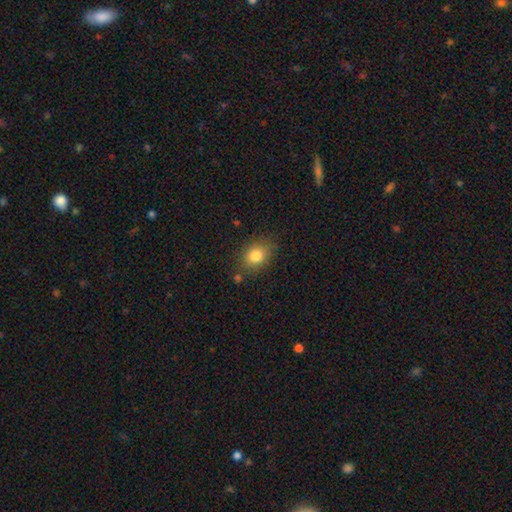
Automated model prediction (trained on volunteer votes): Q: Smooth or featured?
A: smooth (82%); runner-up: star or artifact (10%)
Q: How rounded?
A: in between (58%); runner-up: round (41%)
Q: Merging?
A: none (79%); runner-up: minor disturbance (14%)